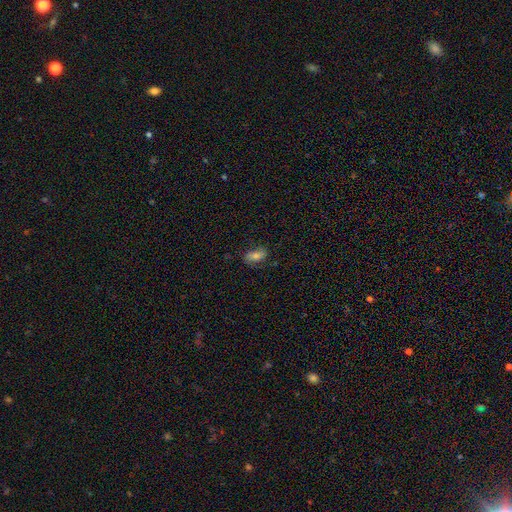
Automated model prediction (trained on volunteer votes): smooth 62%, featured or disk 25%, star or artifact 12%. Down the decision tree: how rounded — in between (87%); merging — none (76%).